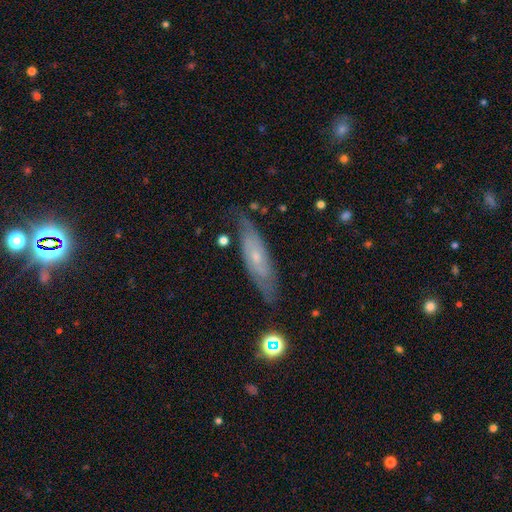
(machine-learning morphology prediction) featured or disk 63%, smooth 29%, star or artifact 8%. Down the decision tree: edge-on disk — no (65%); merging — none (73%).